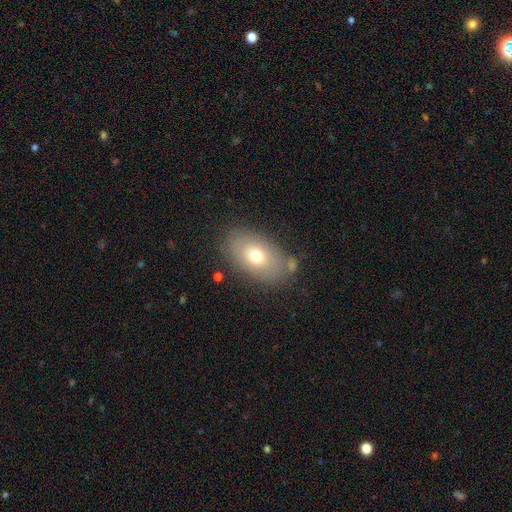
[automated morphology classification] Q: Smooth or featured?
A: smooth (69%); runner-up: featured or disk (22%)
Q: How rounded?
A: in between (90%); runner-up: round (9%)
Q: Merging?
A: none (75%); runner-up: minor disturbance (15%)